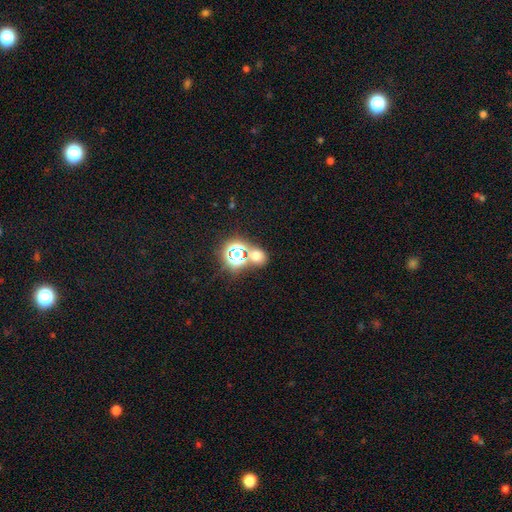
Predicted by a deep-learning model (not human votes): Smooth or featured? Predicted: smooth (p=0.55). How rounded? Predicted: round (p=0.67). Merging? Predicted: none (p=0.60).